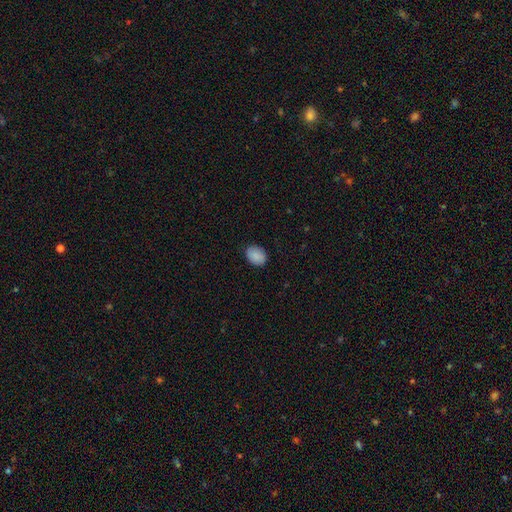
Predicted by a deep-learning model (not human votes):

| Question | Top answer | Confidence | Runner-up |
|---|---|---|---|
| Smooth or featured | smooth | 89% | star or artifact (7%) |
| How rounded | in between | 68% | round (31%) |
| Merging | none | 86% | minor disturbance (10%) |